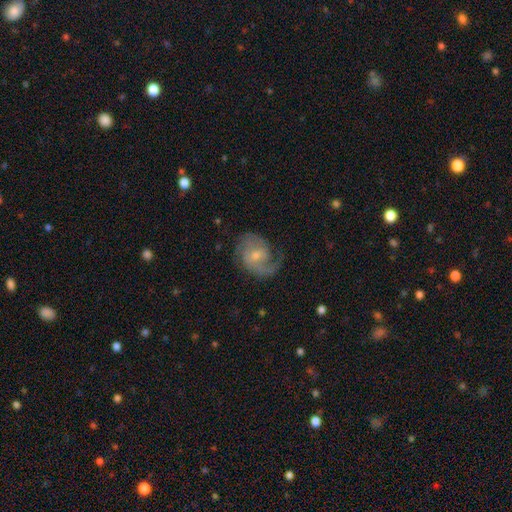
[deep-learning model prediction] The model was most divided on "bar": no: 53%, weak: 40%, strong: 7%. Remaining: edge-on disk — no (98%); spiral arms — yes (94%); smooth or featured — featured or disk (81%); merging — none (62%); bulge size — small (61%); spiral arm count — 2 (58%); spiral winding — medium (47%).